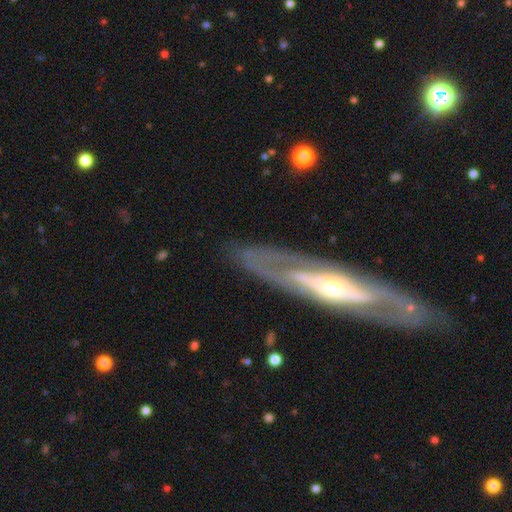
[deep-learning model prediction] Overall: featured or disk (76%). Edge-on disk: no (66%; yes 34%). Bar: no (62%). Spiral arms: yes (65%; no 35%). Bulge size: small (49%; moderate 41%). Merging: none (73%).